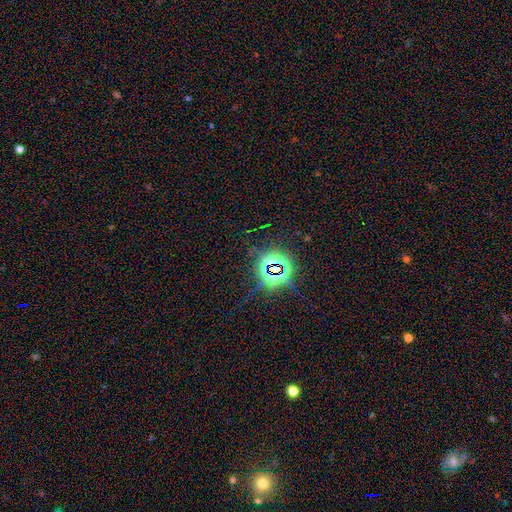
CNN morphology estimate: Smooth or featured? star or artifact (84%)